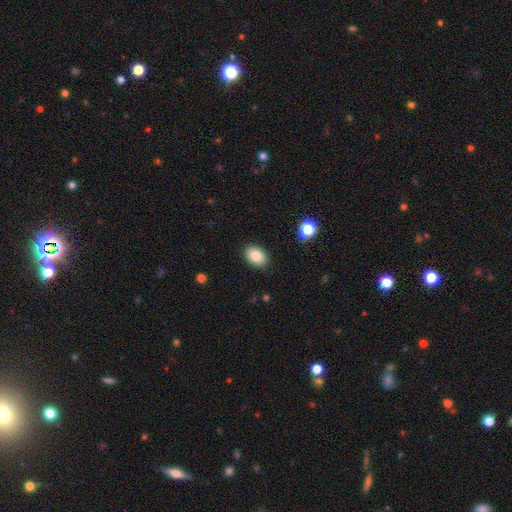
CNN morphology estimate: smooth 85%, star or artifact 9%, featured or disk 6%. Down the decision tree: how rounded — in between (83%); merging — none (89%).